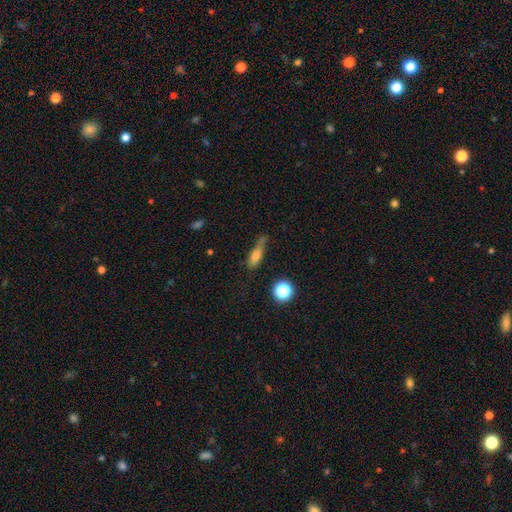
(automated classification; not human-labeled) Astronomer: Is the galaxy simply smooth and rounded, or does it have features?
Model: smooth — 70%.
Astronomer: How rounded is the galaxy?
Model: cigar-shaped — 51% (runner-up: in between, 41%).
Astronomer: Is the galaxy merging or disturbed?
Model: none — 48% (runner-up: minor disturbance, 31%).